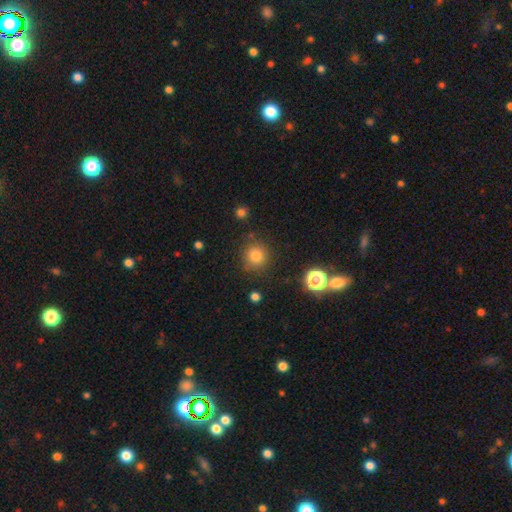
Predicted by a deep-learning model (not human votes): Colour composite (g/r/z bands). It shows a smooth galaxy with no disk features (80%) that is round (93%). Merging: none (85%).